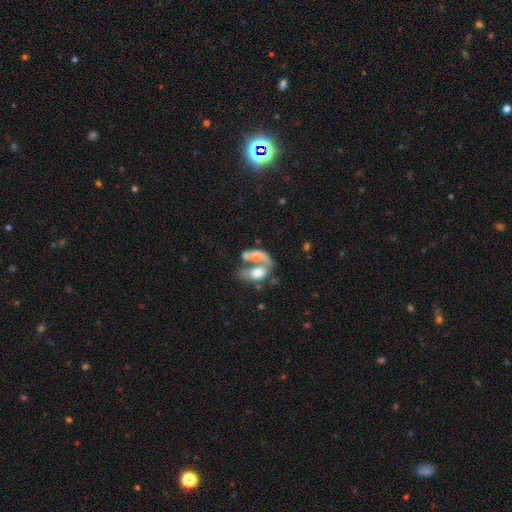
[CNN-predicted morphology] Smooth or featured? Predicted: featured or disk (p=0.46). Merging? Predicted: merger (p=0.72).